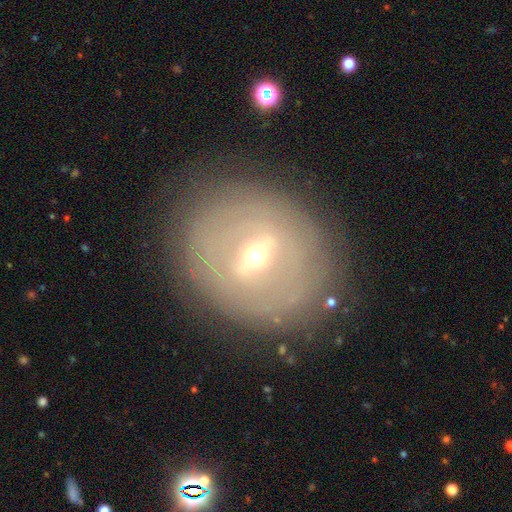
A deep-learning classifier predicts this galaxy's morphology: smooth-or-featured: featured or disk: 73% | smooth: 20% | star or artifact: 8%
  disk-edge-on: no: 85% | yes: 15%
    bar: strong: 49% | weak: 36% | no: 15%
    has-spiral-arms: no: 68% | yes: 32%
    bulge-size: small: 47% (tied) | moderate: 47% (tied) | large: 3% | dominant: 1% | none: 1%
  merging: none: 82% | minor disturbance: 11% | major disturbance: 6% | merger: 2%